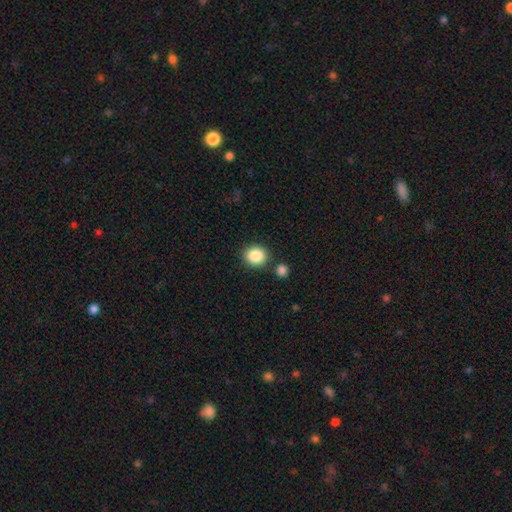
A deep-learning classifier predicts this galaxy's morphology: Smooth or featured?
  - smooth: 87% *
  - star or artifact: 9%
  - featured or disk: 4%
How rounded?
  - round: 80% *
  - in between: 19%
  - cigar-shaped: 1%
Merging?
  - none: 82% *
  - minor disturbance: 8%
  - merger: 7%
  - major disturbance: 3%